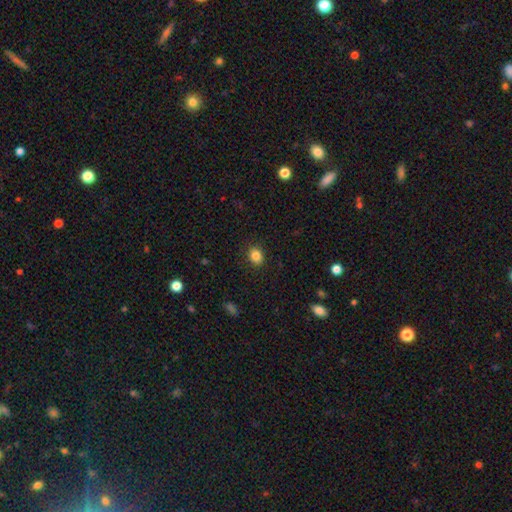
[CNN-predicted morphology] Q: Smooth or featured?
A: smooth (85%); runner-up: star or artifact (10%)
Q: How rounded?
A: in between (54%); runner-up: round (45%)
Q: Merging?
A: none (88%); runner-up: minor disturbance (8%)